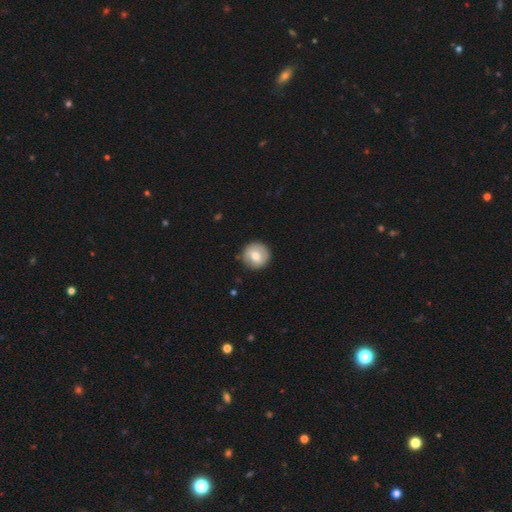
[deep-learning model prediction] This appears to be a smooth galaxy with no disk features (71%) that is round (94%). Merging: none (87%).